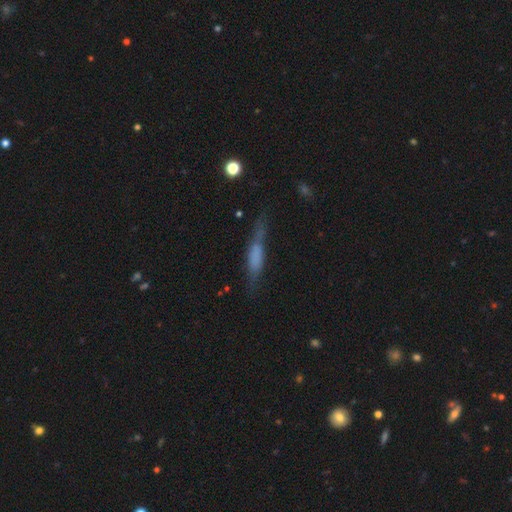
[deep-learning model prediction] Smooth or featured?
  - smooth: 48% *
  - featured or disk: 41%
  - star or artifact: 10%
Merging?
  - none: 59% *
  - minor disturbance: 24%
  - major disturbance: 13%
  - merger: 4%